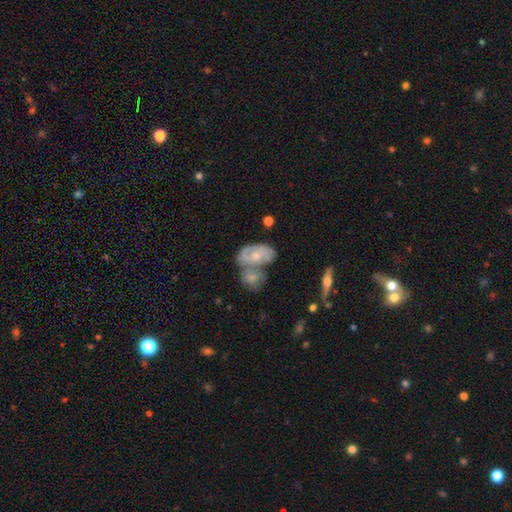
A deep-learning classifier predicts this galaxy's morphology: Smooth or featured? Predicted: featured or disk (p=0.62). Edge-on disk? Predicted: no (p=0.94). Bar? Predicted: no (p=0.74). Spiral arms? Predicted: yes (p=0.72). Bulge size? Predicted: moderate (p=0.50). Merging? Predicted: merger (p=0.46).